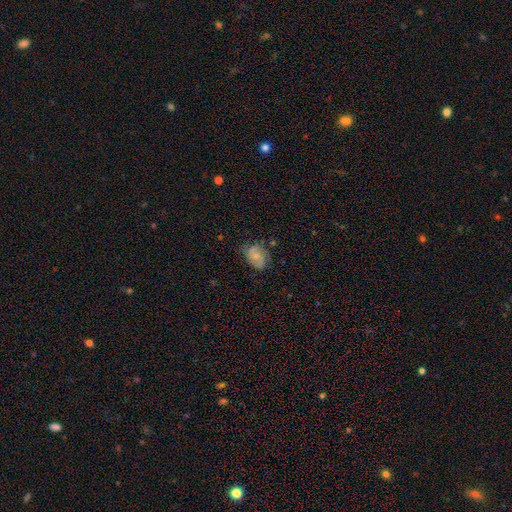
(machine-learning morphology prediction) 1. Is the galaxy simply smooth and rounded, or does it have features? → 48% featured or disk, 43% smooth, 9% star or artifact.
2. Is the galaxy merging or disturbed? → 58% none, 28% minor disturbance, 12% major disturbance, 3% merger.